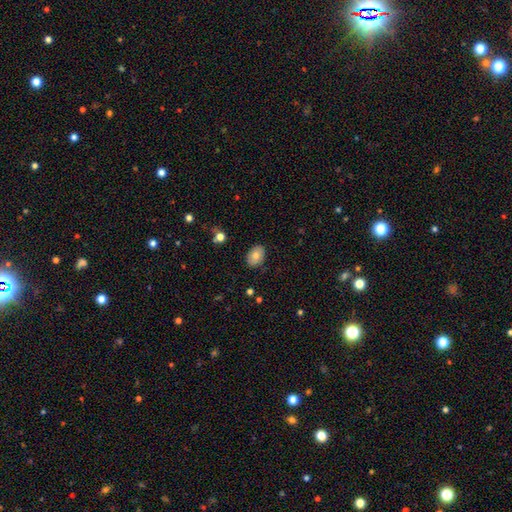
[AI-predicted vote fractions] Morphology: type=smooth (77%); roundness=in between (83%); merging=none (83%).